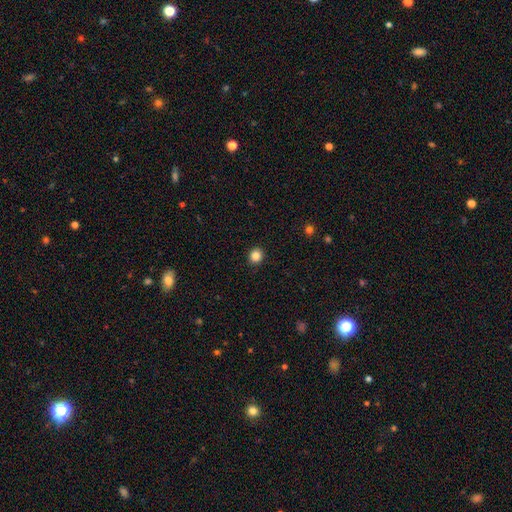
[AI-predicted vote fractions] This is clearly a smooth galaxy (86%). How rounded: clearly round (82%). Merging: clearly none (92%).